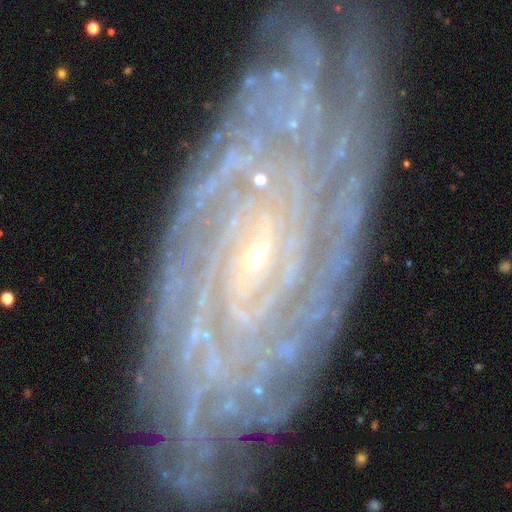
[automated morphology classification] Smooth or featured?
  - featured or disk: 89% *
  - star or artifact: 6%
  - smooth: 5%
Edge-on disk?
  - no: 95% *
  - yes: 5%
Bar?
  - no: 51% *
  - weak: 34%
  - strong: 15%
Spiral arms?
  - yes: 97% *
  - no: 3%
Spiral winding?
  - tight: 81% *
  - medium: 16%
  - loose: 4%
Spiral arm count?
  - can't tell: 29% *
  - more than 4: 19%
  - 2: 16%
  - 4: 16%
  - 3: 12%
  - 1: 9%
Bulge size?
  - small: 84% *
  - moderate: 12%
  - none: 2%
  - large: 1%
  - dominant: 1%
Merging?
  - none: 76% *
  - minor disturbance: 17%
  - major disturbance: 6%
  - merger: 2%